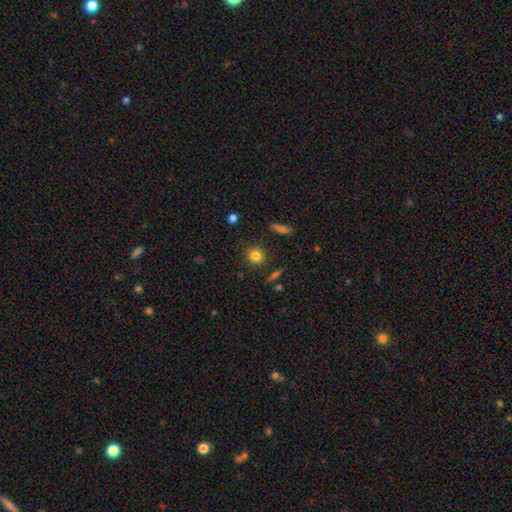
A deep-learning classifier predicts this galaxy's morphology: The model was most divided on "smooth or featured": smooth: 81%, star or artifact: 11%, featured or disk: 7%. More confident: merging — none (86%); how rounded — round (85%).